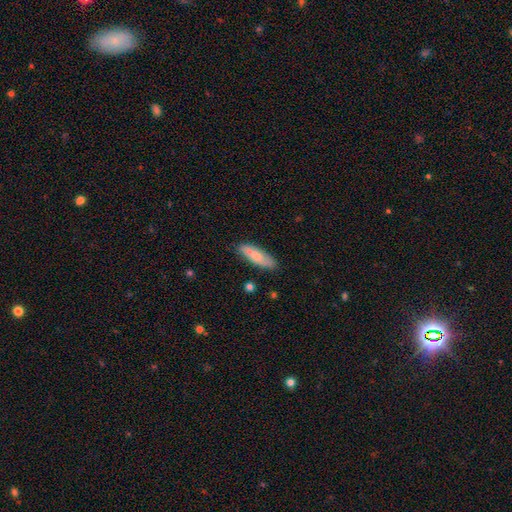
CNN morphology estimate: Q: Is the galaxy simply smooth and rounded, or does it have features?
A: smooth — 70%.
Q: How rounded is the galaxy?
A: cigar-shaped — 49%, tied with in between.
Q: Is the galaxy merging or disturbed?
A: none — 82%.